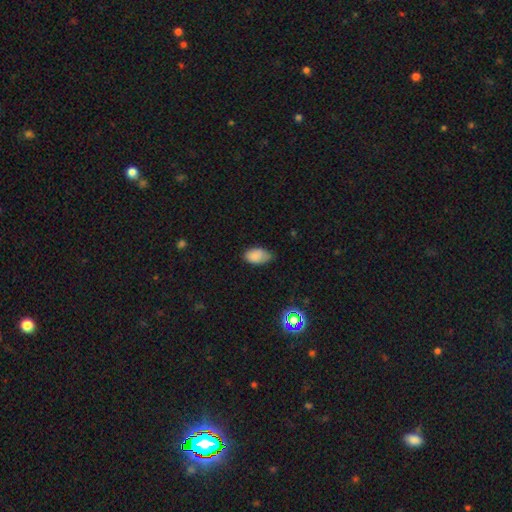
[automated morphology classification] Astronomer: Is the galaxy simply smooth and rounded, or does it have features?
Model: smooth — 86%.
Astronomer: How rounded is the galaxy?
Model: in between — 92%.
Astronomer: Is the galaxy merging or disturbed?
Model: none — 59% (runner-up: minor disturbance, 34%).